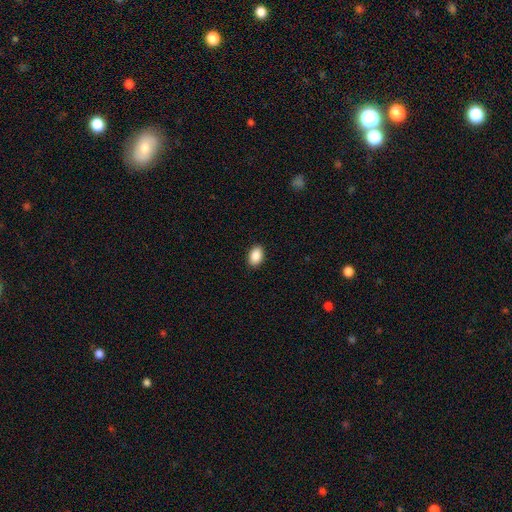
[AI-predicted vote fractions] Smooth or featured? Predicted: smooth (p=0.90). How rounded? Predicted: in between (p=0.87). Merging? Predicted: none (p=0.89).